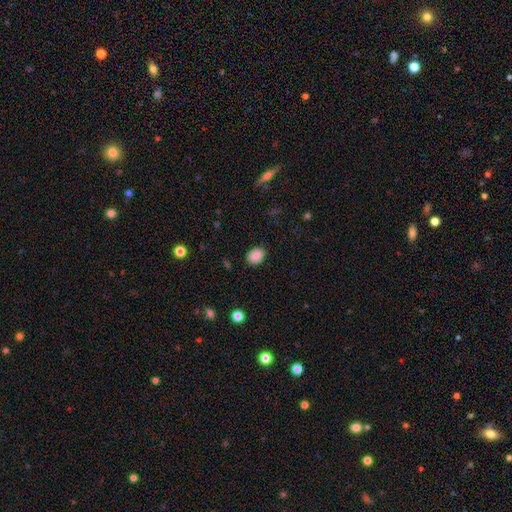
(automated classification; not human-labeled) Smooth or featured?
  - smooth: 87% *
  - star or artifact: 9%
  - featured or disk: 4%
How rounded?
  - in between: 53% *
  - round: 46%
  - cigar-shaped: 1%
Merging?
  - none: 86% *
  - minor disturbance: 10%
  - major disturbance: 2%
  - merger: 1%